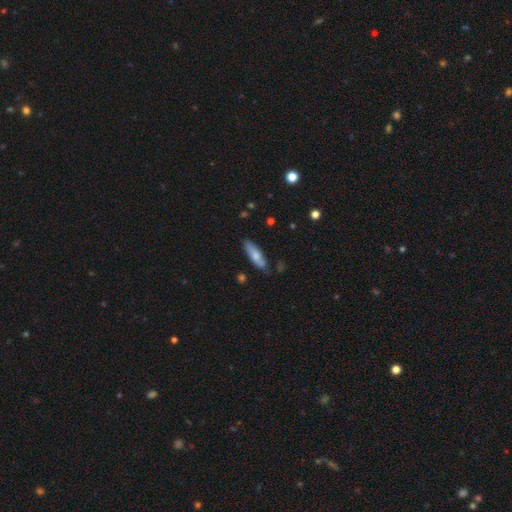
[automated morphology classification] smooth 70%, featured or disk 24%, star or artifact 6%. Down the decision tree: how rounded — cigar-shaped (53%); merging — none (72%).